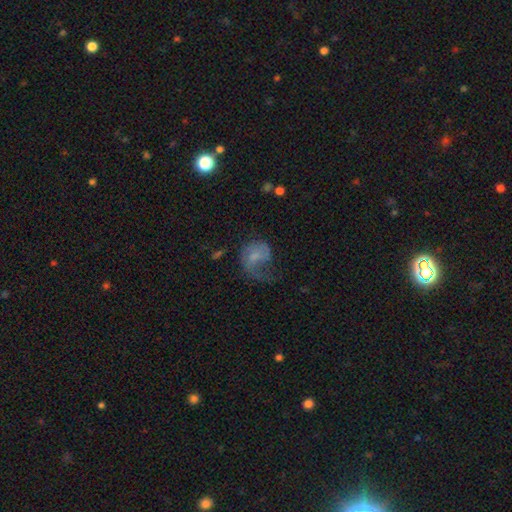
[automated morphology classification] This appears to be a featured or disk galaxy (48%). Merging: major disturbance (52%).